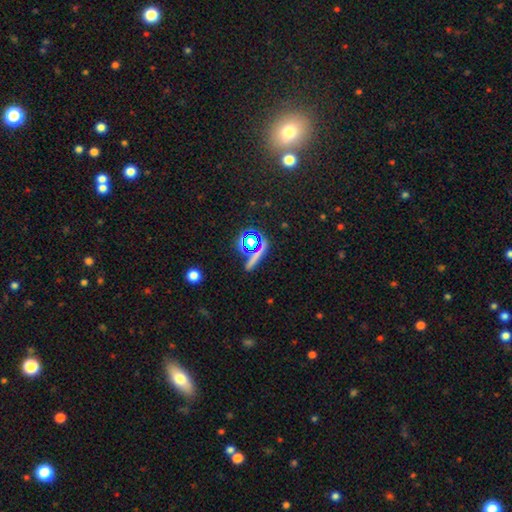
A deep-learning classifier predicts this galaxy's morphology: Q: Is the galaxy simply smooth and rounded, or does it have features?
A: smooth — 43%.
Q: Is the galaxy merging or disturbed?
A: none — 73%.